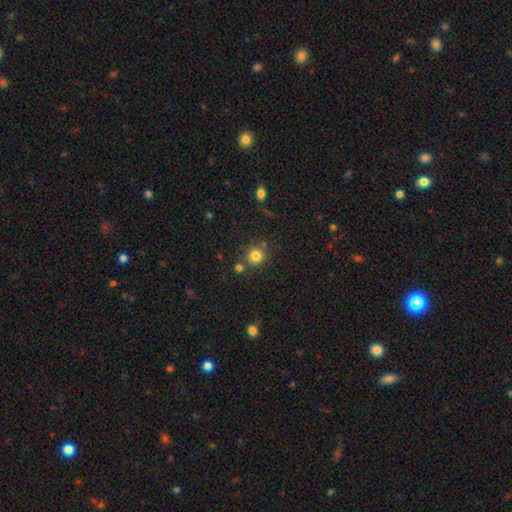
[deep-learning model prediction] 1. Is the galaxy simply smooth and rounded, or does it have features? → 80% smooth, 13% star or artifact, 7% featured or disk.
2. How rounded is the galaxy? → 89% round, 10% in between, 1% cigar-shaped.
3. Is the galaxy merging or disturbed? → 76% none, 11% merger, 10% minor disturbance, 4% major disturbance.